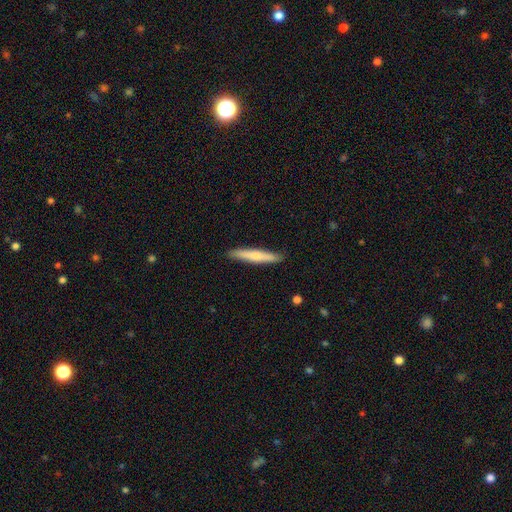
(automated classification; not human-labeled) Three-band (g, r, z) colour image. It shows a smooth galaxy with no disk features (65%) that is cigar-shaped (94%). Merging: none (90%).